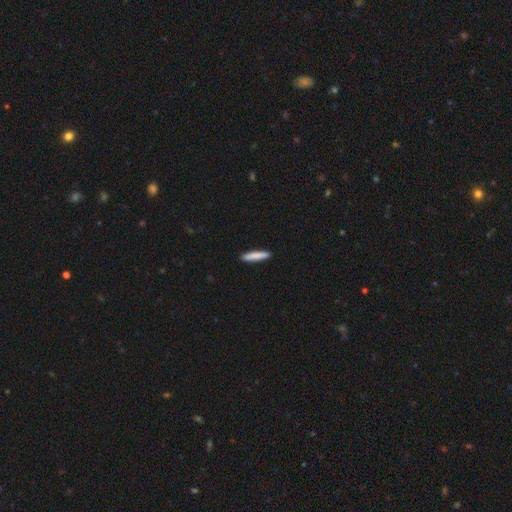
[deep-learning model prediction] The model was most divided on "smooth or featured": smooth: 84%, featured or disk: 11%, star or artifact: 5%. More confident: how rounded — cigar-shaped (91%); merging — none (91%).